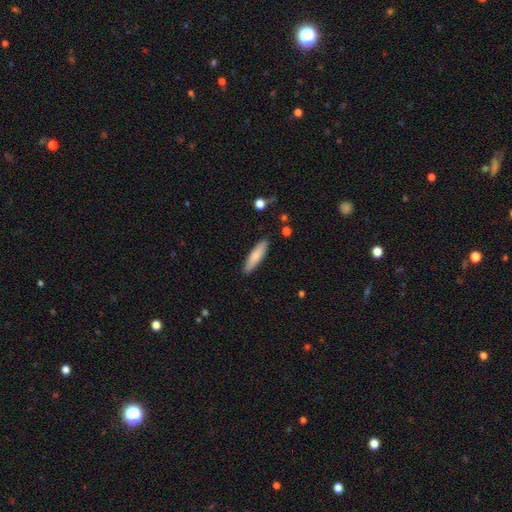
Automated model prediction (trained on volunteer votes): This is likely a smooth galaxy (76%). How rounded: likely cigar-shaped (72%). Merging: clearly none (89%).